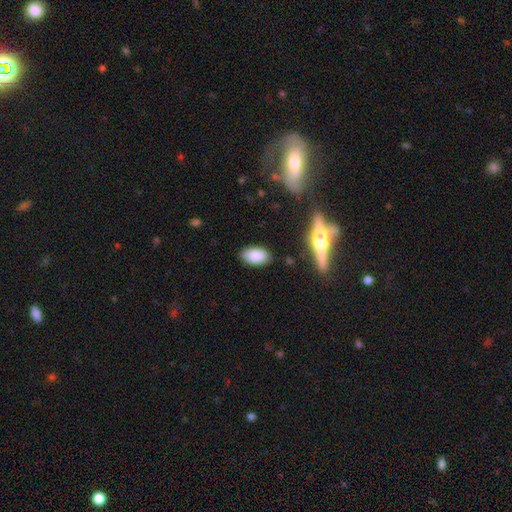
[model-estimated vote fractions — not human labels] Smooth or featured? Predicted: smooth (p=0.85). How rounded? Predicted: in between (p=0.93). Merging? Predicted: none (p=0.84).